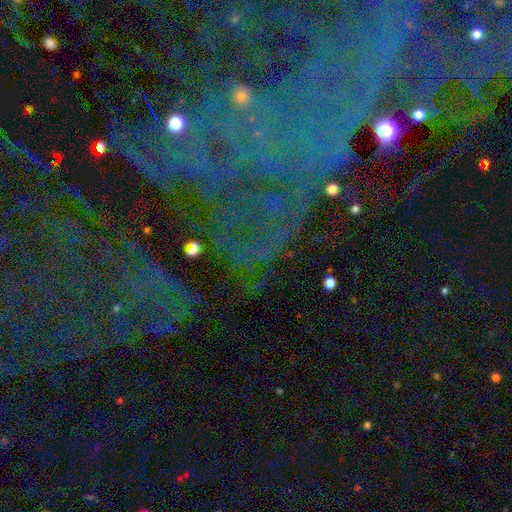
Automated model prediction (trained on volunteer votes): This is likely a star or artifact rather than a galaxy (68%).